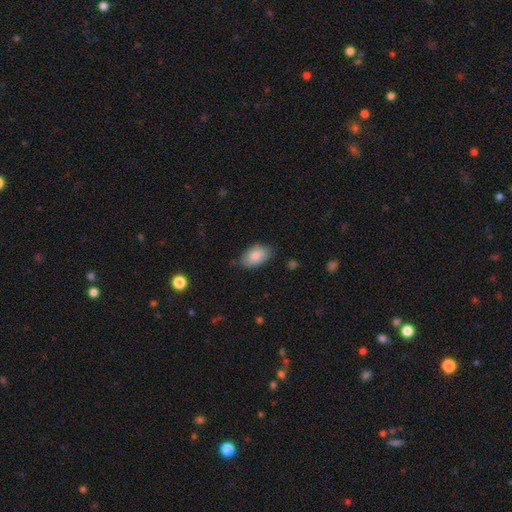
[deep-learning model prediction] Smooth or featured: smooth — 83% (featured or disk — 11%)
How rounded: in between — 92% (round — 6%)
Merging: none — 77% (minor disturbance — 19%)